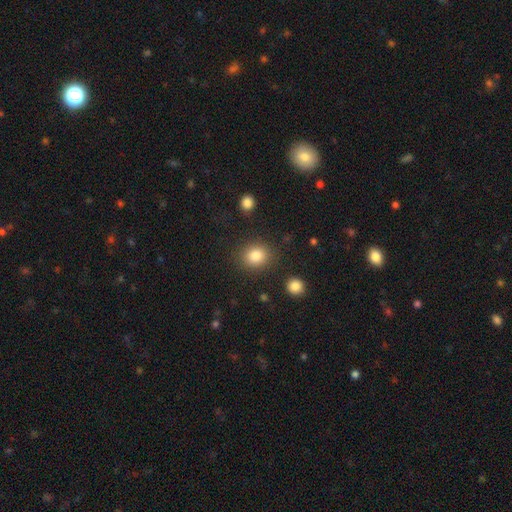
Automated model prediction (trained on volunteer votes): The model was most divided on "how rounded": round: 71%, in between: 28%, cigar-shaped: 1%. More confident: merging — none (86%); smooth or featured — smooth (84%).